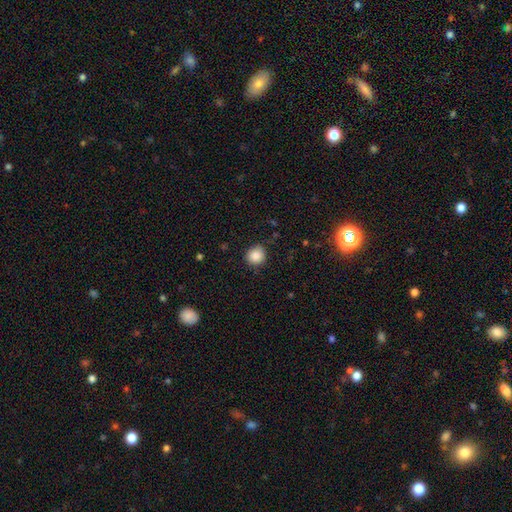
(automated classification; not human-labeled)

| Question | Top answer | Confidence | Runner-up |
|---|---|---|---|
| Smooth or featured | smooth | 87% | star or artifact (9%) |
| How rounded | round | 90% | in between (9%) |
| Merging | none | 85% | minor disturbance (11%) |